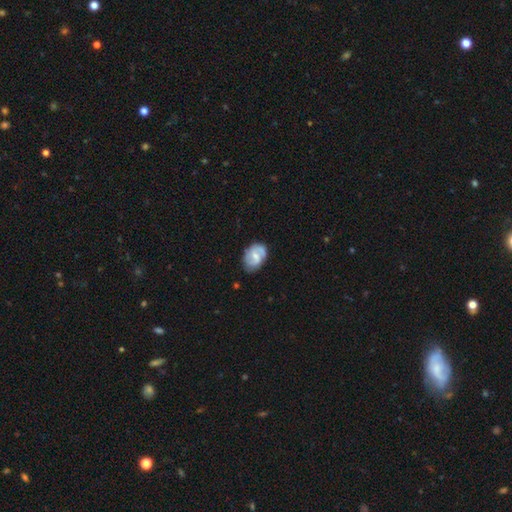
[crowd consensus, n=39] A featured or disk galaxy (72%) with a weak bar (59%), 2 (92%) medium (62%) spiral arms (89%) and a small central bulge (44%).

Vote fractions:
- Smooth or featured? featured or disk: 72% / smooth: 23% / star or artifact: 5%
- Edge-on disk? no: 96% / yes: 4%
- Bar? weak: 59% / strong: 26% / no: 15%
- Spiral arms? yes: 89% / no: 11%
- Spiral winding? medium: 62% / tight: 25% / loose: 12%
- Spiral arm count? 2: 92% / 1: 8% / 3: 0% / 4: 0% / more than 4: 0% / can't tell: 0%
- Bulge size? small: 44% / moderate: 41% / none: 15% / dominant: 0% / large: 0%
- Merging? none: 57% / minor disturbance: 41% / major disturbance: 3% / merger: 0%